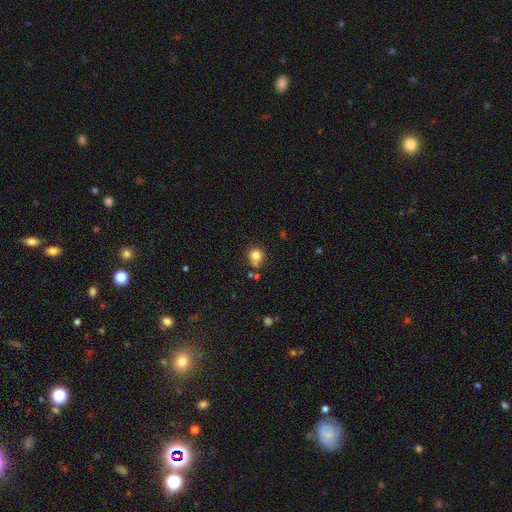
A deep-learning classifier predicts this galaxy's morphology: Overall: smooth (81%). How rounded: round (87%). Merging: none (70%).